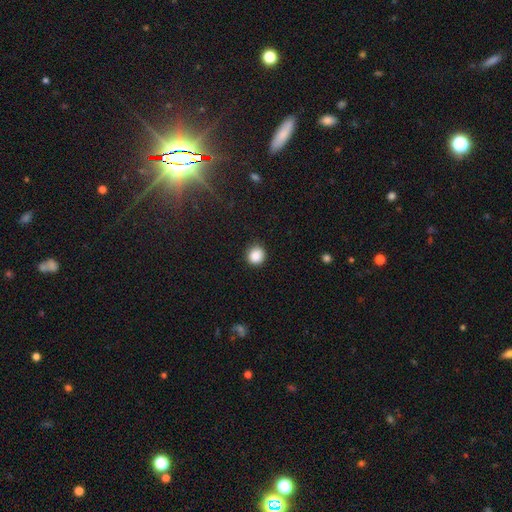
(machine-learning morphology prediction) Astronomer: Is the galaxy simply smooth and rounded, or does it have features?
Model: smooth — 88%.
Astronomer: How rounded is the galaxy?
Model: round — 92%.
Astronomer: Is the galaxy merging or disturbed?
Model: none — 88%.